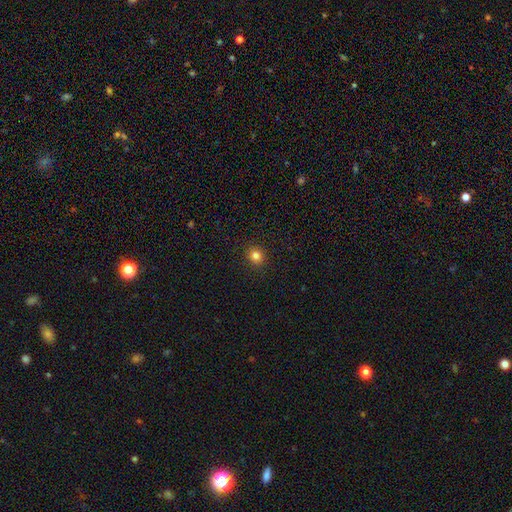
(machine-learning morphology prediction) The model was most divided on "smooth or featured": smooth: 82%, star or artifact: 13%, featured or disk: 5%. More confident: merging — none (92%); how rounded — round (85%).